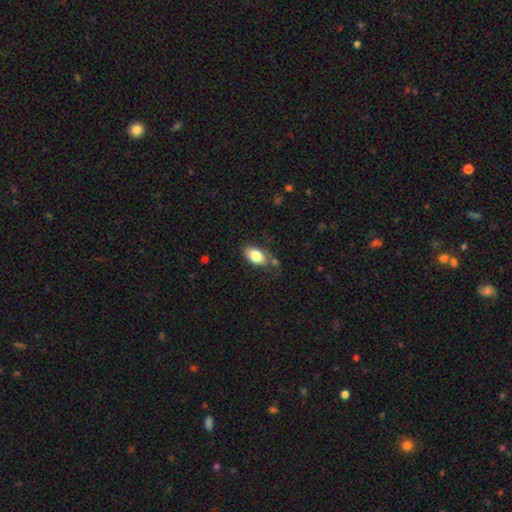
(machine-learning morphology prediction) Smooth or featured? Predicted: smooth (p=0.80). How rounded? Predicted: in between (p=0.92). Merging? Predicted: none (p=0.63).